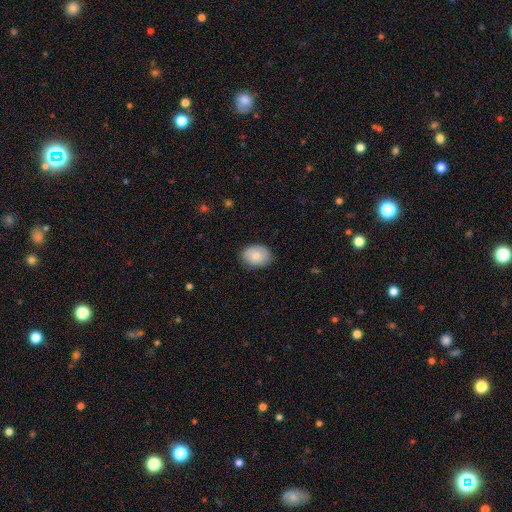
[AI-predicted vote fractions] smooth-or-featured: smooth: 81% | featured or disk: 12% | star or artifact: 7%
  how-rounded: in between: 72% | round: 27% | cigar-shaped: 1%
  merging: none: 82% | minor disturbance: 15% | major disturbance: 3% | merger: 1%